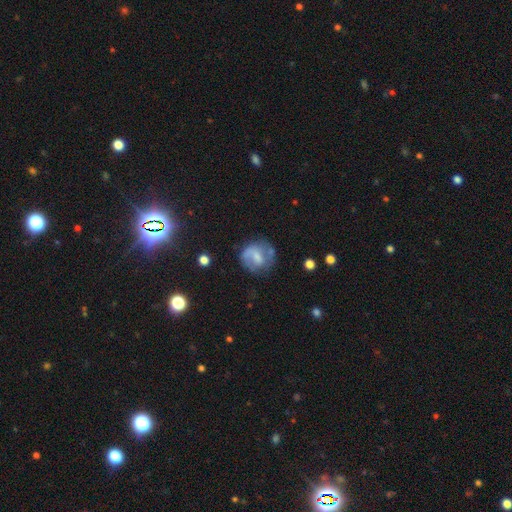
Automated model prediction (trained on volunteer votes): Morphology: type=smooth (47%); merging=none (56%).